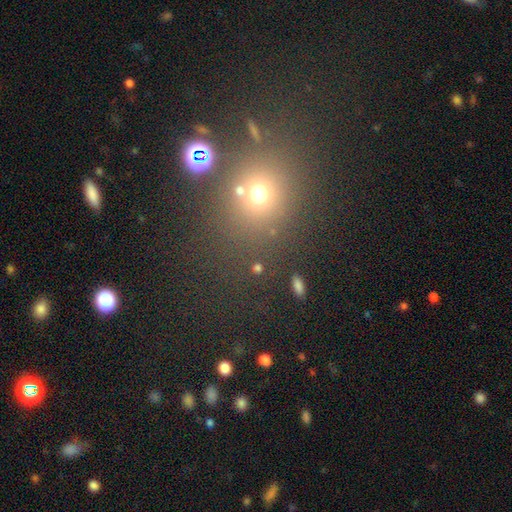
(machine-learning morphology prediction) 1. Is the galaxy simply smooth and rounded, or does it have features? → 49% smooth, 41% star or artifact, 10% featured or disk.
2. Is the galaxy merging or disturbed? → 80% none, 9% minor disturbance, 7% merger, 5% major disturbance.